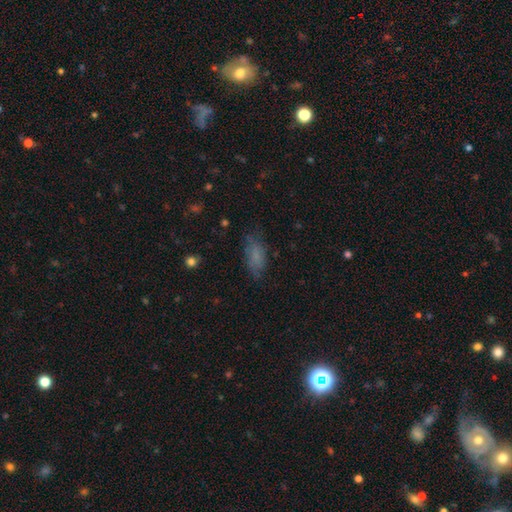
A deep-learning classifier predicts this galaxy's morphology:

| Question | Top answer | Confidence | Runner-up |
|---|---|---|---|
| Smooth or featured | smooth | 72% | featured or disk (16%) |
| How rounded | in between | 83% | cigar-shaped (14%) |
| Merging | none | 71% | minor disturbance (20%) |